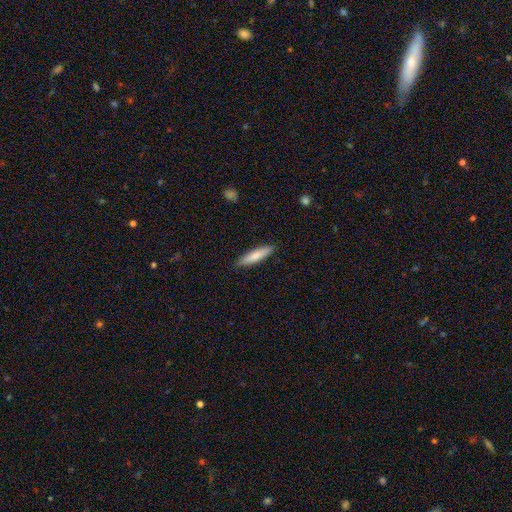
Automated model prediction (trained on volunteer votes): A smooth galaxy with no disk features (77%) that is cigar-shaped (82%). Merging: none (89%).